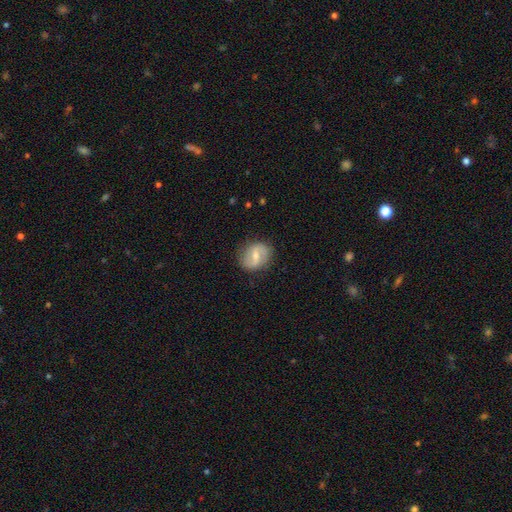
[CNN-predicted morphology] Smooth or featured?
  - featured or disk: 66% *
  - smooth: 27%
  - star or artifact: 6%
Edge-on disk?
  - no: 97% *
  - yes: 3%
Bar?
  - weak: 50% *
  - strong: 33%
  - no: 17%
Spiral arms?
  - yes: 83% *
  - no: 17%
Spiral winding?
  - loose: 43% *
  - medium: 40%
  - tight: 17%
Spiral arm count?
  - 2: 88% *
  - can't tell: 6%
  - 1: 2%
  - 3: 1%
  - 4: 1%
  - more than 4: 1%
Bulge size?
  - moderate: 48% *
  - small: 46%
  - none: 3%
  - large: 2%
  - dominant: 1%
Merging?
  - none: 83% *
  - minor disturbance: 13%
  - major disturbance: 4%
  - merger: 1%